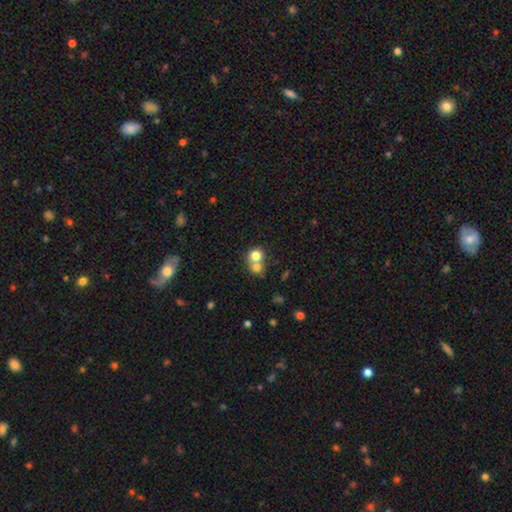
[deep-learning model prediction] Q: Smooth or featured?
A: smooth (77%); runner-up: featured or disk (13%)
Q: How rounded?
A: round (80%); runner-up: in between (19%)
Q: Merging?
A: merger (59%); runner-up: none (32%)